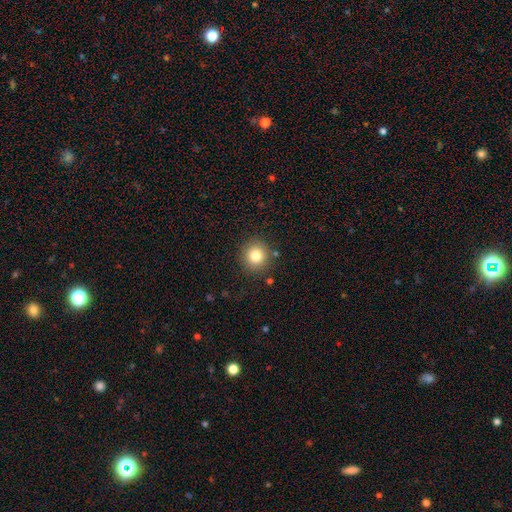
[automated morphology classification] A smooth galaxy with no disk features (80%) that is round (92%). Merging: none (88%).